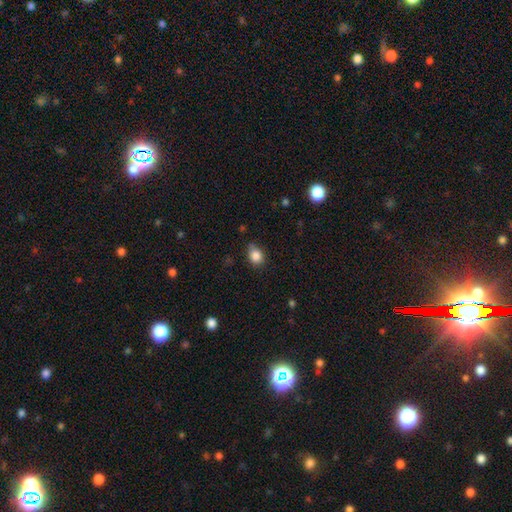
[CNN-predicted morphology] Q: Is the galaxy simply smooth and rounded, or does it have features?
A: smooth — 85%.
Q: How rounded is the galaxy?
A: round — 51%.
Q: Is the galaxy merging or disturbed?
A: none — 70%.